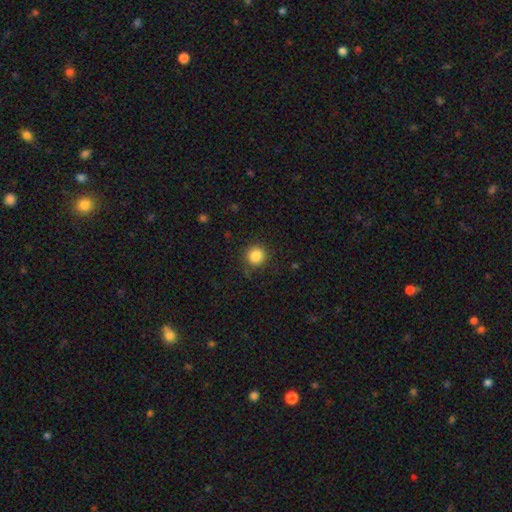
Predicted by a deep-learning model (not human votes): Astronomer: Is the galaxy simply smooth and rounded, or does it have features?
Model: smooth — 86%.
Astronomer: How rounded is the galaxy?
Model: round — 92%.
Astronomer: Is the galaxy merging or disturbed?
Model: none — 82%.